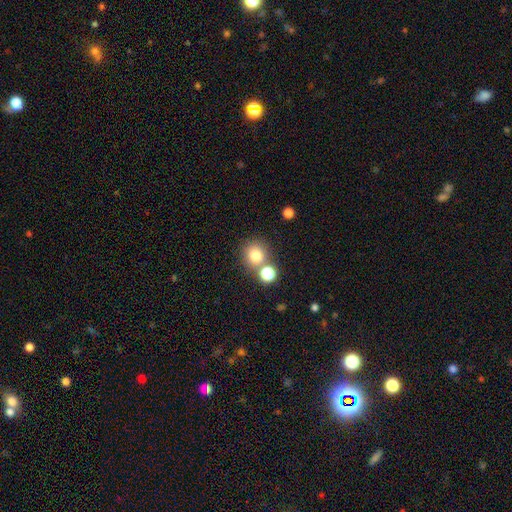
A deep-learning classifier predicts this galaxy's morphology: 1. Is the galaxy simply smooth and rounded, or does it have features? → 77% smooth, 14% star or artifact, 8% featured or disk.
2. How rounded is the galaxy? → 89% round, 10% in between, 1% cigar-shaped.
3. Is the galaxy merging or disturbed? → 69% none, 19% merger, 8% minor disturbance, 3% major disturbance.